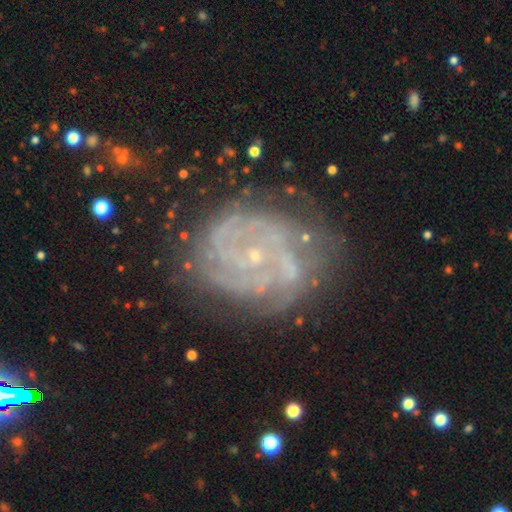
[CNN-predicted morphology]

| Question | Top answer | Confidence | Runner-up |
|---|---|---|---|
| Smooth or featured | featured or disk | 81% | star or artifact (10%) |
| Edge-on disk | no | 98% | yes (2%) |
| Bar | no | 73% | weak (21%) |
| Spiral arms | yes | 93% | no (7%) |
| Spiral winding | tight | 66% | medium (27%) |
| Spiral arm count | can't tell | 31% | 2 (19%) |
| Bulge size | small | 85% | moderate (9%) |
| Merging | none | 67% | minor disturbance (19%) |